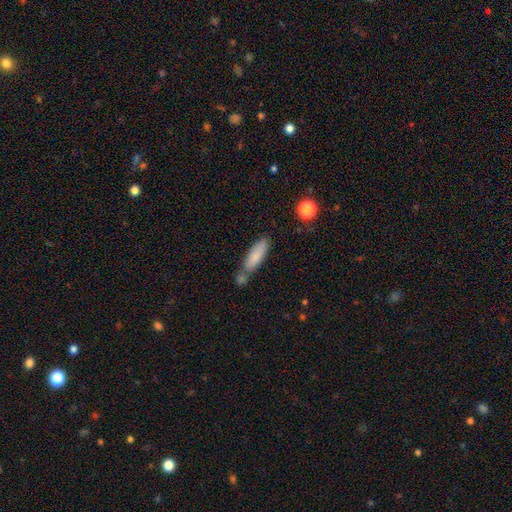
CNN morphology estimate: Smooth or featured? smooth (82%)
How rounded? cigar-shaped (54%)
Merging? none (56%)